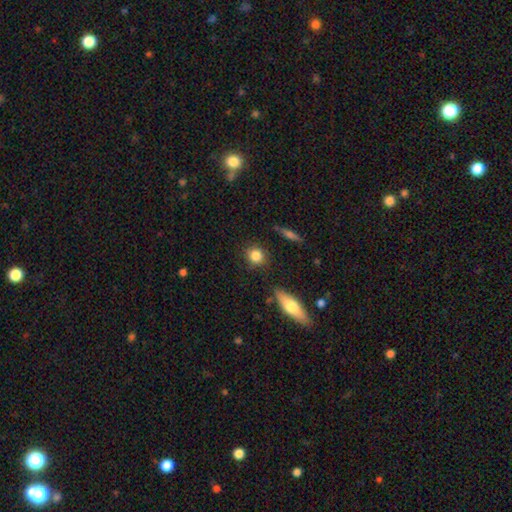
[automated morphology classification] This appears to be a smooth galaxy with no disk features (84%) that is round (82%). Merging: none (85%).